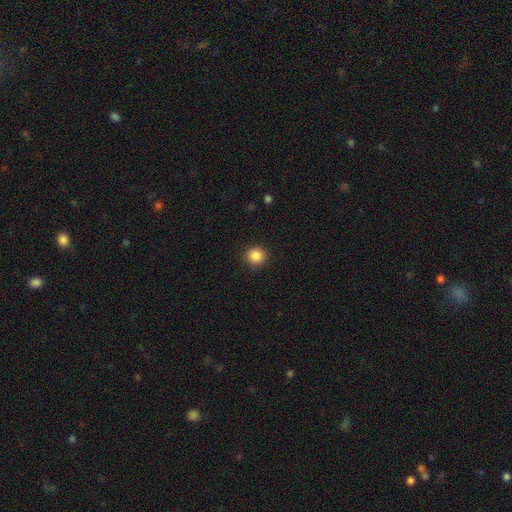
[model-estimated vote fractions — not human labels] A smooth galaxy with no disk features (87%) that is round (92%). Merging: none (91%).